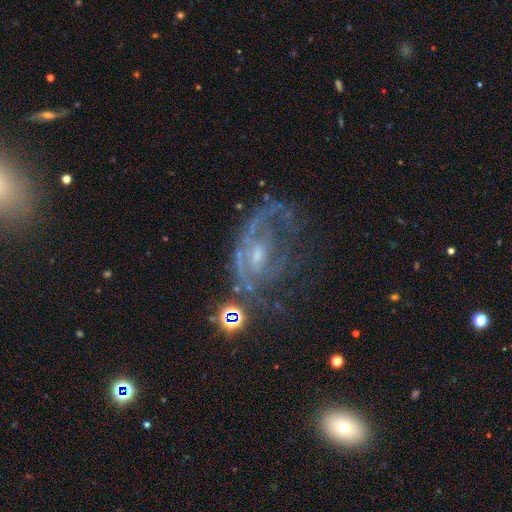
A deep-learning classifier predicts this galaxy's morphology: smooth_or_featured: featured or disk (p=0.75) [alt: star or artifact p=0.13]
disk_edge_on: no (p=0.95) [alt: yes p=0.05]
bar: no (p=0.55) [alt: weak p=0.35]
has_spiral_arms: yes (p=0.67) [alt: no p=0.33]
bulge_size: small (p=0.57) [alt: moderate p=0.28]
merging: none (p=0.37) [alt: major disturbance p=0.34]